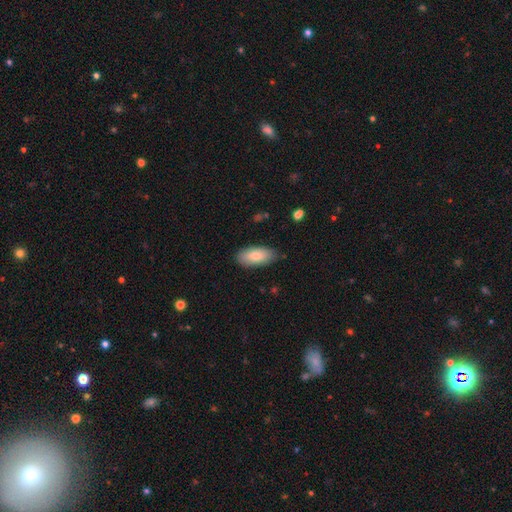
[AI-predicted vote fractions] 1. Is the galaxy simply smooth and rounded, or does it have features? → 81% smooth, 13% featured or disk, 6% star or artifact.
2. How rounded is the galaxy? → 88% in between, 10% cigar-shaped, 2% round.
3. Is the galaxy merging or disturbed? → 82% none, 14% minor disturbance, 3% major disturbance, 1% merger.